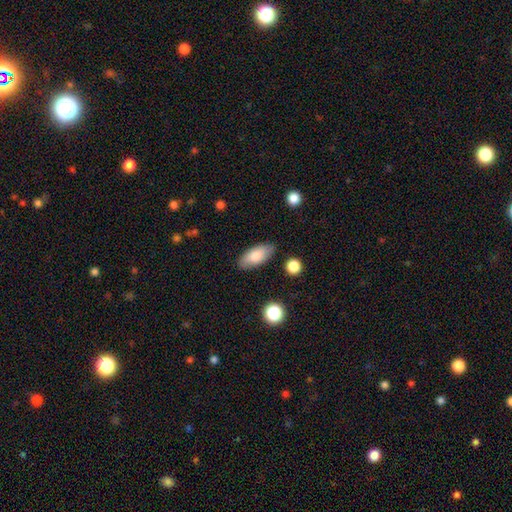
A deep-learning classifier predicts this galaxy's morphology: Smooth or featured? Predicted: smooth (p=0.80). How rounded? Predicted: in between (p=0.87). Merging? Predicted: none (p=0.83).